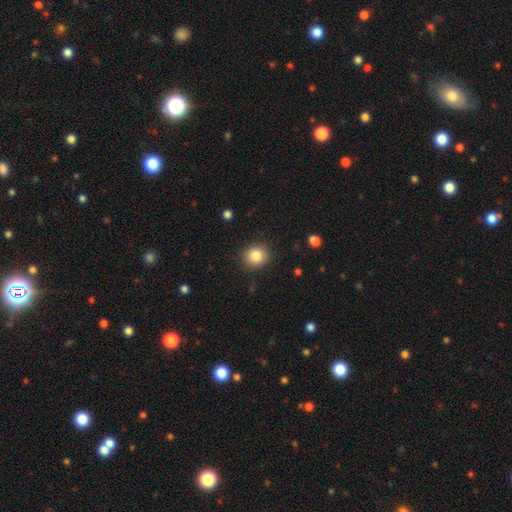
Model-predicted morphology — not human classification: type=smooth (84%); roundness=round (82%); merging=none (90%).